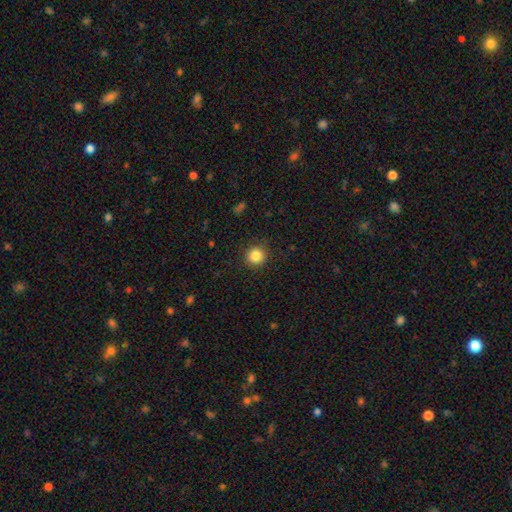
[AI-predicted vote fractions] smooth-or-featured: smooth: 85% | star or artifact: 10% | featured or disk: 5%
  how-rounded: round: 93% | in between: 6% | cigar-shaped: 1%
  merging: none: 90% | minor disturbance: 7% | major disturbance: 2% | merger: 1%